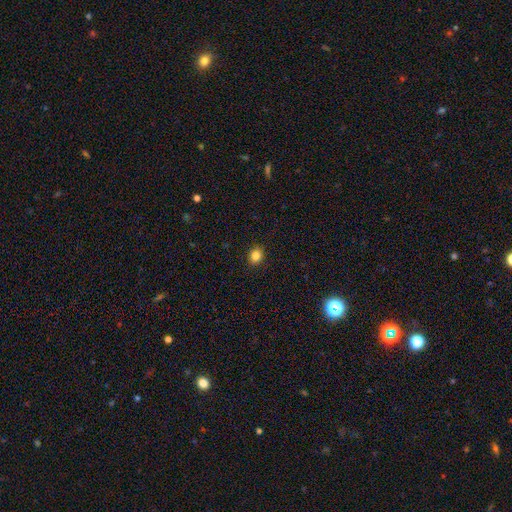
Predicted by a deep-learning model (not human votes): Overall: smooth (84%). How rounded: round (67%; in between 32%). Merging: none (90%).